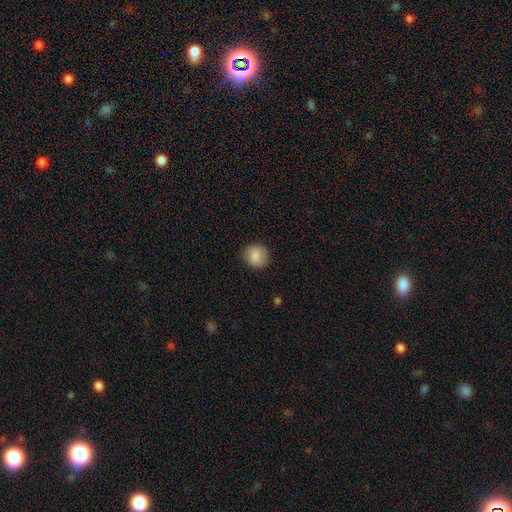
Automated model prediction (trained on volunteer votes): This is clearly a smooth galaxy (87%). How rounded: clearly round (89%). Merging: clearly none (88%).